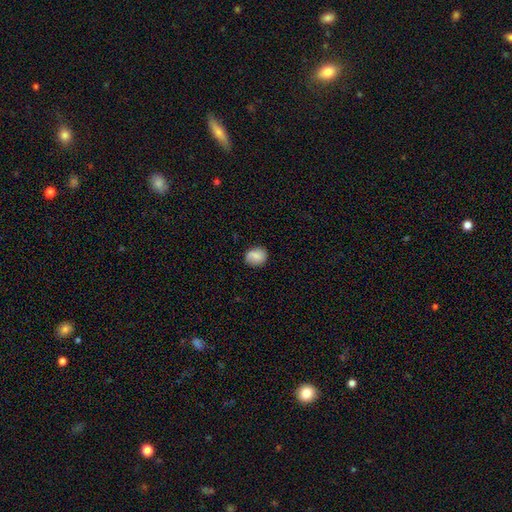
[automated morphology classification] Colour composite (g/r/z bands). It shows a smooth galaxy with no disk features (78%) that is round (60%). Merging: none (83%).